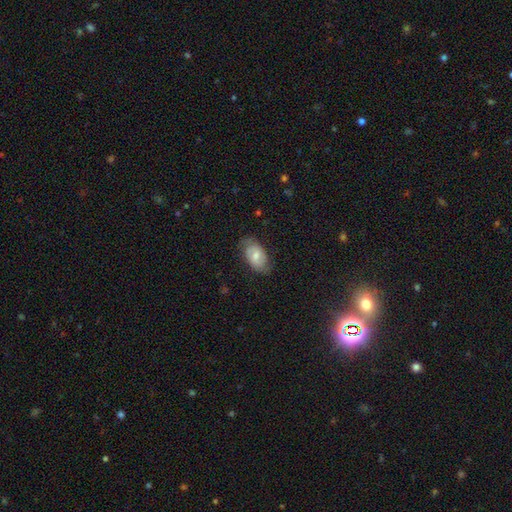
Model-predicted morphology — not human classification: Overall: smooth (53%; featured or disk 40%). How rounded: in between (91%). Merging: none (71%).